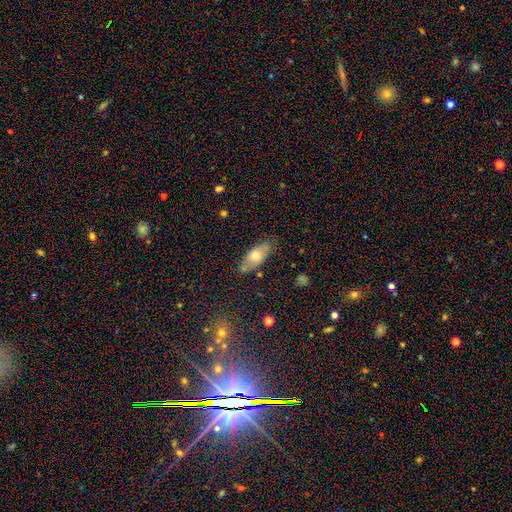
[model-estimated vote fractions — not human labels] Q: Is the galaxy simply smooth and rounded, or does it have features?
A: smooth — 65%.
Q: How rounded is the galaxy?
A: in between — 79%.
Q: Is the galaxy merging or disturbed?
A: none — 74%.